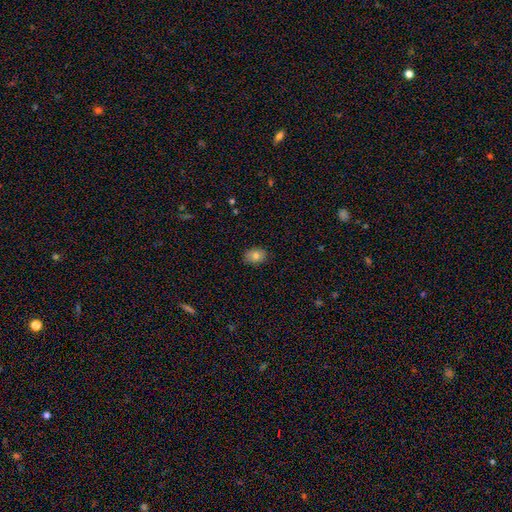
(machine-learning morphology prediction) Smooth or featured? Predicted: smooth (p=0.79). How rounded? Predicted: in between (p=0.76). Merging? Predicted: none (p=0.86).